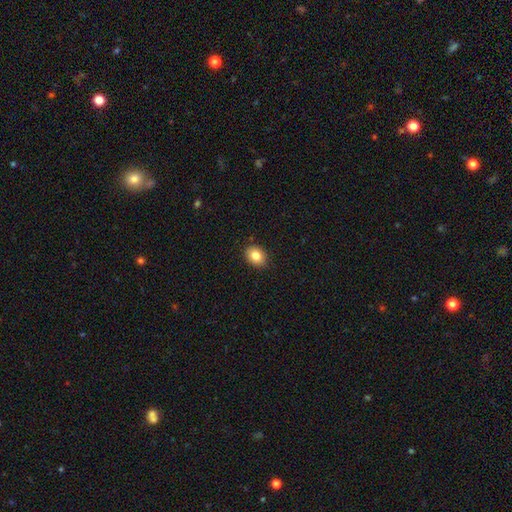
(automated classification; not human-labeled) Overall: smooth (83%). How rounded: in between (59%; round 40%). Merging: none (89%).